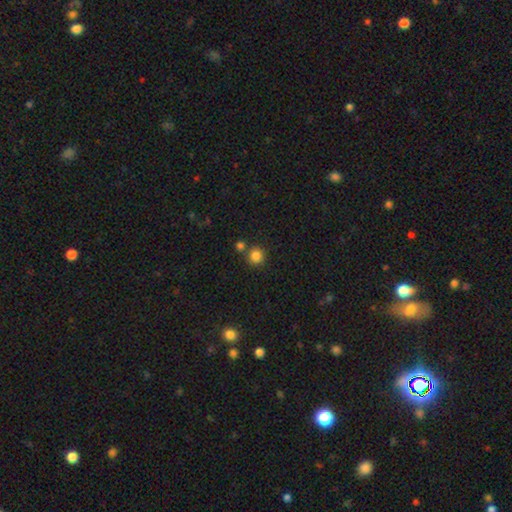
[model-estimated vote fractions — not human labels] Smooth or featured?
  - smooth: 83% *
  - star or artifact: 13%
  - featured or disk: 4%
How rounded?
  - round: 91% *
  - in between: 8%
  - cigar-shaped: 1%
Merging?
  - none: 73% *
  - merger: 16%
  - minor disturbance: 8%
  - major disturbance: 3%